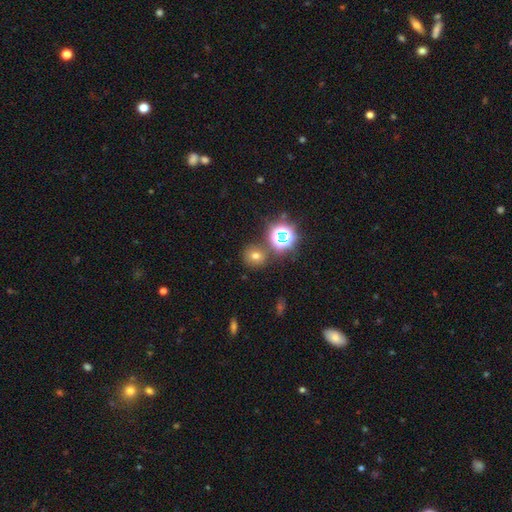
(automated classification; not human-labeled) Smooth or featured: smooth — 62% (star or artifact — 28%)
How rounded: round — 83% (in between — 16%)
Merging: none — 76% (minor disturbance — 10%)